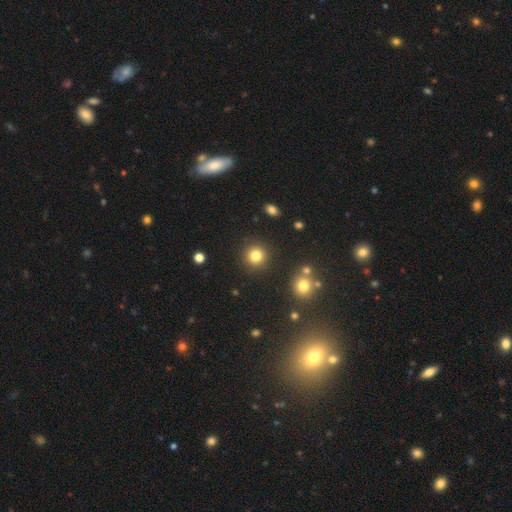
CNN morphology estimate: Q: Smooth or featured?
A: smooth (82%); runner-up: star or artifact (12%)
Q: How rounded?
A: round (93%); runner-up: in between (6%)
Q: Merging?
A: none (89%); runner-up: minor disturbance (6%)